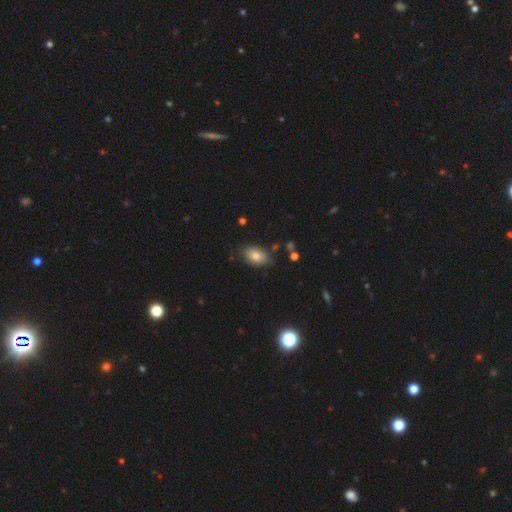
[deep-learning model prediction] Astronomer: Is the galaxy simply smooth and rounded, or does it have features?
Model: smooth — 80%.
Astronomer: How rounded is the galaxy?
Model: in between — 90%.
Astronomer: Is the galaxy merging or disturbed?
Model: none — 79%.